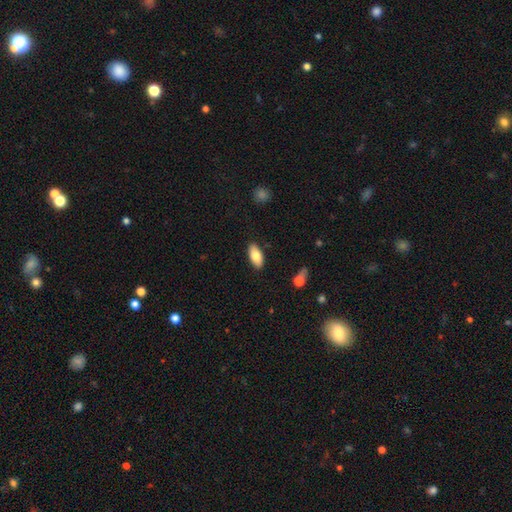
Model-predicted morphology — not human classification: A smooth galaxy with no disk features (80%) that is in between round and cigar-shaped (90%).

Vote fractions:
- Smooth or featured? smooth: 80% / featured or disk: 13% / star or artifact: 6%
- How rounded? in between: 90% / cigar-shaped: 8% / round: 2%
- Merging? none: 87% / minor disturbance: 10% / major disturbance: 2% / merger: 2%